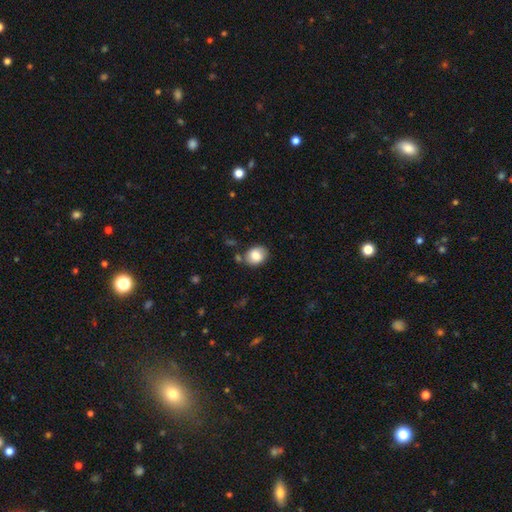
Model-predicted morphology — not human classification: Smooth or featured?
  - smooth: 83% *
  - featured or disk: 9%
  - star or artifact: 8%
How rounded?
  - in between: 51% *
  - round: 48%
  - cigar-shaped: 1%
Merging?
  - none: 74% *
  - minor disturbance: 16%
  - merger: 7%
  - major disturbance: 4%